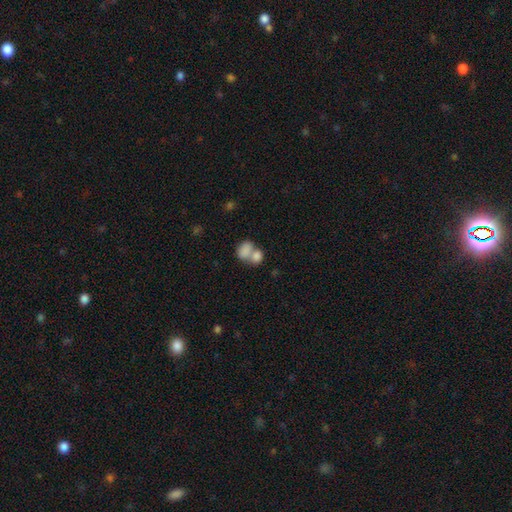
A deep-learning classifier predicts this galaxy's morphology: This appears to be a smooth galaxy with no disk features (79%) that is in between round and cigar-shaped (72%). Merging: merger (66%).